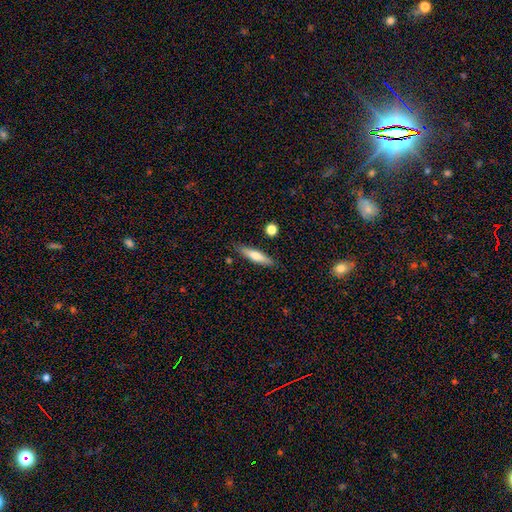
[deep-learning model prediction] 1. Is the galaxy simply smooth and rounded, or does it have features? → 67% smooth, 27% featured or disk, 6% star or artifact.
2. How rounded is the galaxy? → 80% cigar-shaped, 18% in between, 2% round.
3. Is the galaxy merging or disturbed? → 85% none, 11% minor disturbance, 3% merger, 2% major disturbance.